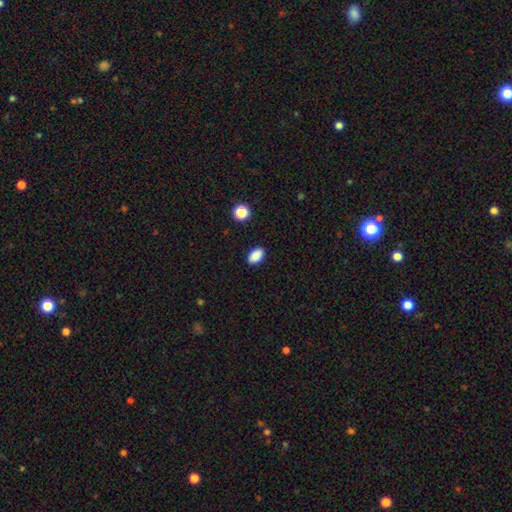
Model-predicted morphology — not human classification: This is clearly a smooth galaxy (88%). How rounded: clearly in between (90%). Merging: clearly none (89%).